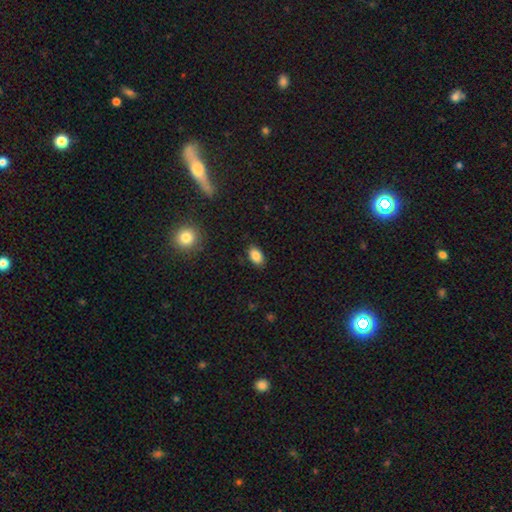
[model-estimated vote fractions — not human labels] The model was most divided on "merging": none: 86%, minor disturbance: 10%, major disturbance: 2%, merger: 1%. More confident: how rounded — in between (89%); smooth or featured — smooth (86%).